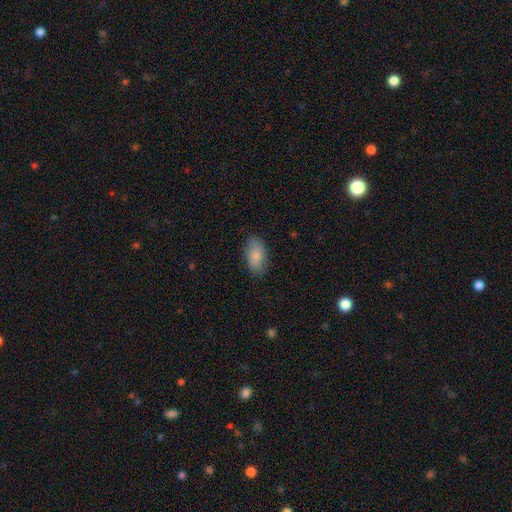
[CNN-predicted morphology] smooth 85%, featured or disk 8%, star or artifact 6%. Down the decision tree: how rounded — in between (93%); merging — none (83%).